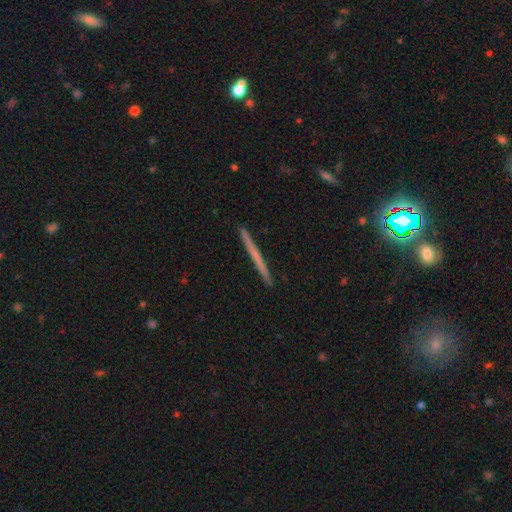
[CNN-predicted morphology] Smooth or featured?
  - smooth: 47% *
  - featured or disk: 46%
  - star or artifact: 7%
Merging?
  - none: 93% *
  - minor disturbance: 5%
  - major disturbance: 1%
  - merger: 1%